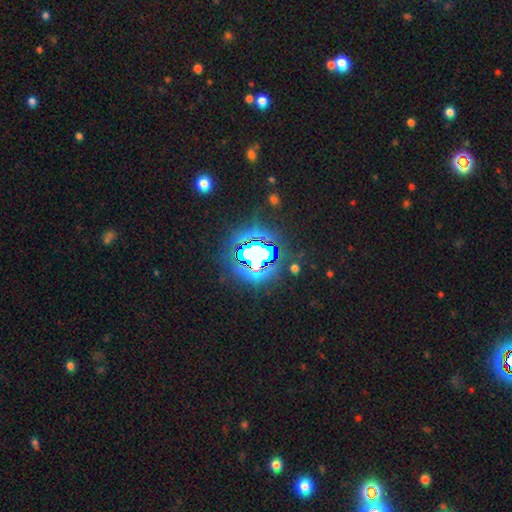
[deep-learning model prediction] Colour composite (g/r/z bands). It shows a star or artifact, not a galaxy (76%).